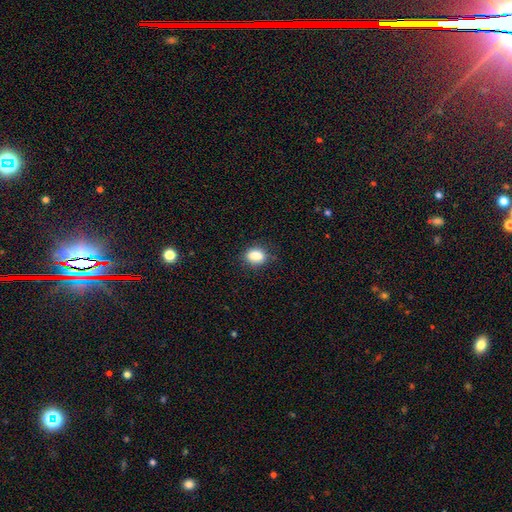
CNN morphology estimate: Smooth or featured? smooth (87%)
How rounded? in between (68%)
Merging? none (79%)